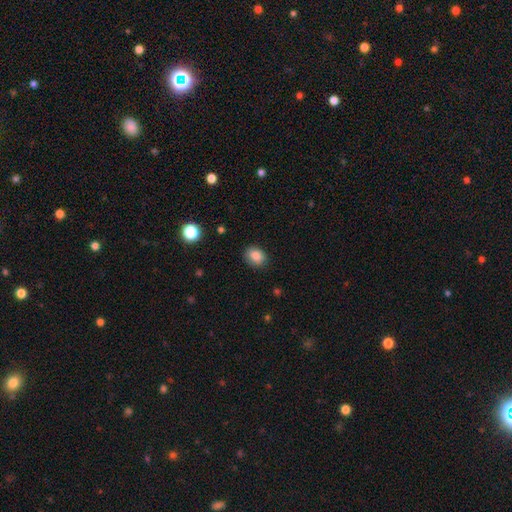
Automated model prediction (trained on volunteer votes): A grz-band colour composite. It shows a smooth galaxy with no disk features (86%) that is in between round and cigar-shaped (59%). Merging: none (85%).